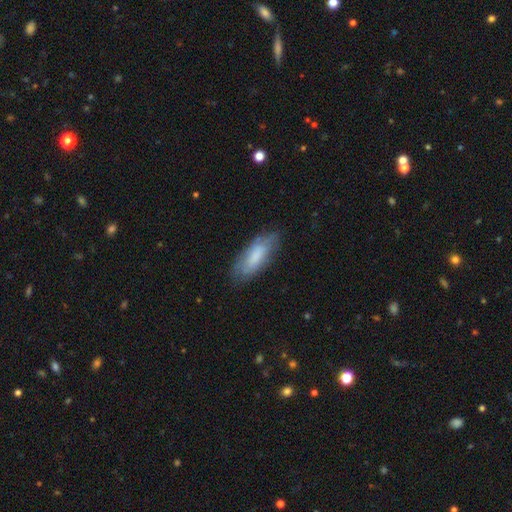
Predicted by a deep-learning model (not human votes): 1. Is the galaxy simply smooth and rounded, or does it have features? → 68% smooth, 25% featured or disk, 7% star or artifact.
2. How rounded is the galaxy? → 70% in between, 28% cigar-shaped, 2% round.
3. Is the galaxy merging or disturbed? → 72% none, 20% minor disturbance, 6% major disturbance, 2% merger.